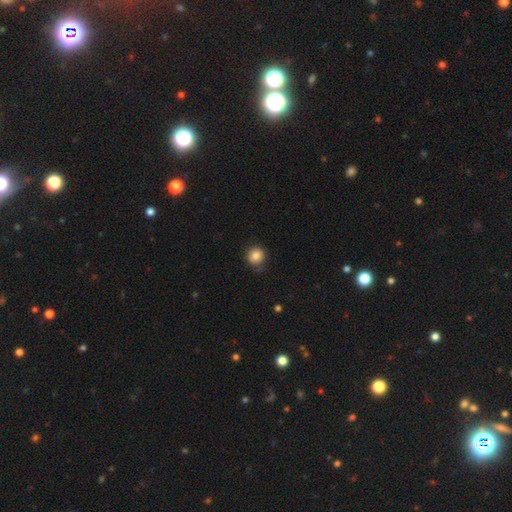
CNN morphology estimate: This is clearly a smooth galaxy (84%). How rounded: clearly round (93%). Merging: clearly none (80%).